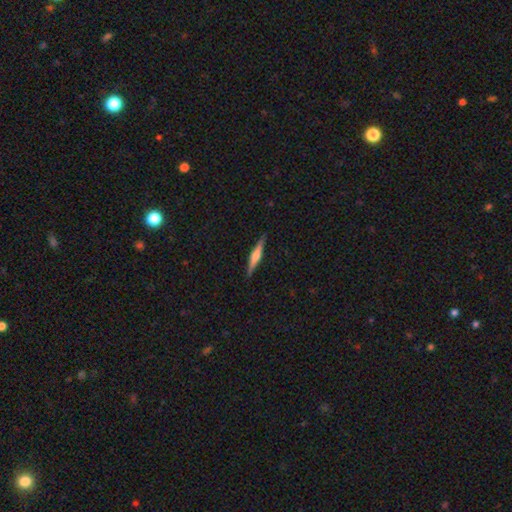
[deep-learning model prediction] featured or disk 66%, smooth 27%, star or artifact 6%. Down the decision tree: edge-on disk — yes (98%); edge-on bulge — rounded (74%); merging — none (90%).